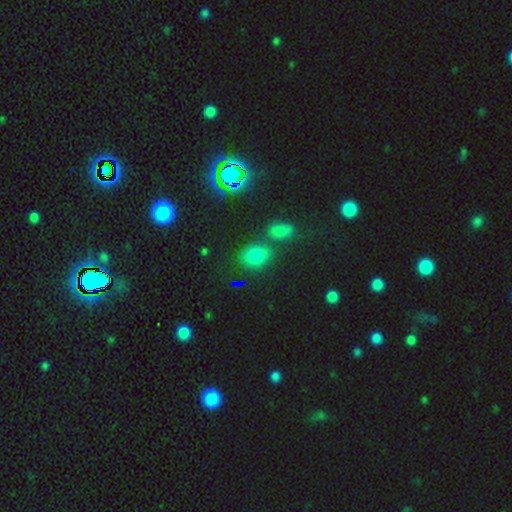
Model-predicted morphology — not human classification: Smooth or featured: smooth — 64% (star or artifact — 28%)
How rounded: in between — 64% (round — 33%)
Merging: none — 67% (merger — 15%)